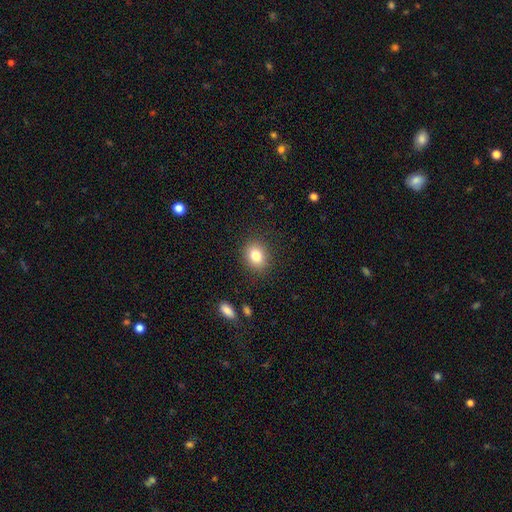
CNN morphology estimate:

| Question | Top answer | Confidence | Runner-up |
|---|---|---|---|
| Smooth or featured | smooth | 82% | star or artifact (10%) |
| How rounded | round | 51% | in between (48%) |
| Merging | none | 87% | minor disturbance (9%) |